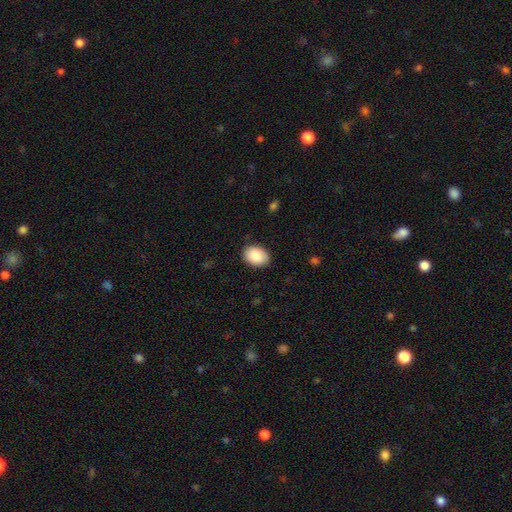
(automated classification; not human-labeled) smooth_or_featured: smooth (p=0.89) [alt: star or artifact p=0.07]
how_rounded: in between (p=0.77) [alt: round p=0.22]
merging: none (p=0.87) [alt: minor disturbance p=0.10]